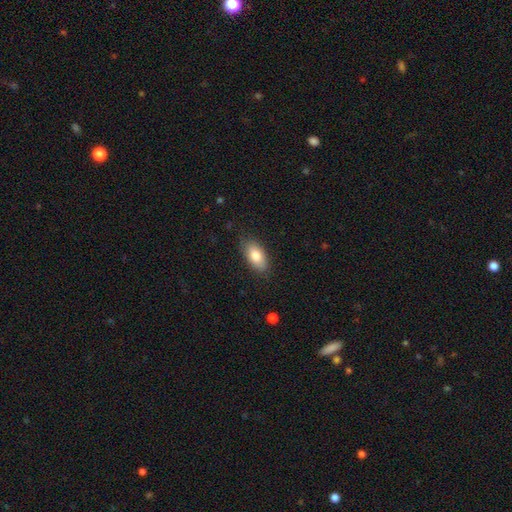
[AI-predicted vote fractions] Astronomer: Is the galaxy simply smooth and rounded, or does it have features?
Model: smooth — 81%.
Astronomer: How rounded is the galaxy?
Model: in between — 91%.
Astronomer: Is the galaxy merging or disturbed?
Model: none — 82%.